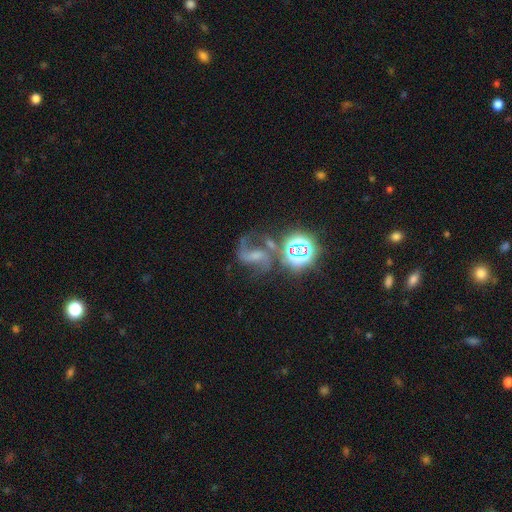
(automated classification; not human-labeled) Q: Smooth or featured?
A: featured or disk (68%); runner-up: star or artifact (20%)
Q: Edge-on disk?
A: no (97%); runner-up: yes (3%)
Q: Bar?
A: weak (38%); runner-up: strong (35%)
Q: Spiral arms?
A: yes (93%); runner-up: no (7%)
Q: Spiral winding?
A: loose (63%); runner-up: medium (31%)
Q: Spiral arm count?
A: 2 (88%); runner-up: 1 (6%)
Q: Bulge size?
A: none (31%); runner-up: small (28%)
Q: Merging?
A: none (48%); runner-up: major disturbance (18%)